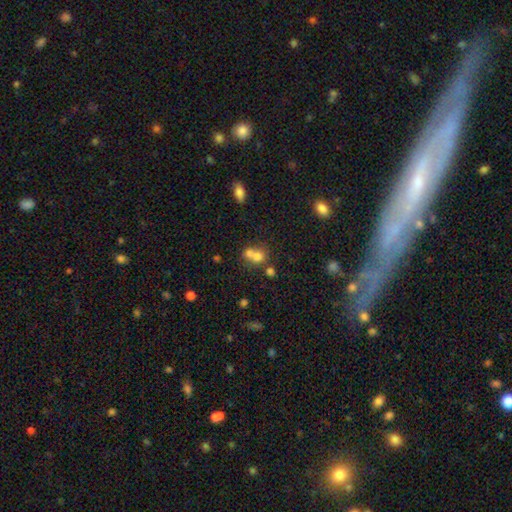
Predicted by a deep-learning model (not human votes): smooth-or-featured: smooth: 70% | featured or disk: 17% | star or artifact: 13%
  how-rounded: round: 72% | in between: 27% | cigar-shaped: 1%
  merging: merger: 62% | none: 29% | minor disturbance: 6% | major disturbance: 3%